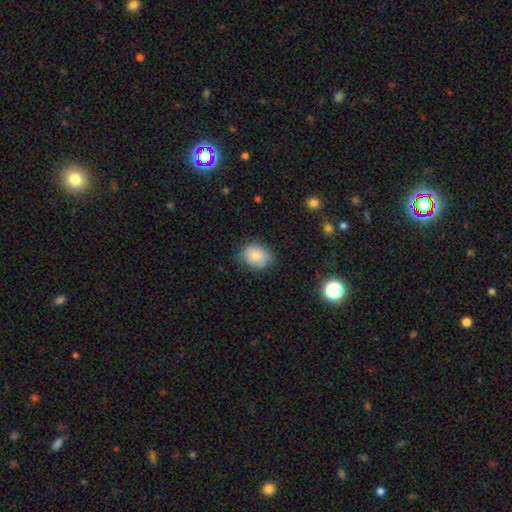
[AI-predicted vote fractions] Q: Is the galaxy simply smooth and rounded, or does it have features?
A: smooth — 84%.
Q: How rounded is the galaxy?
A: round — 51%.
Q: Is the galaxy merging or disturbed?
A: none — 74%.